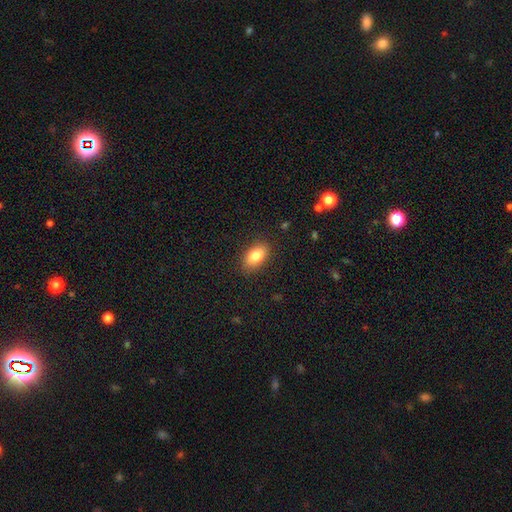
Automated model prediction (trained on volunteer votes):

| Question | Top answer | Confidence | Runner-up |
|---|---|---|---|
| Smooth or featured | smooth | 83% | featured or disk (9%) |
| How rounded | in between | 91% | round (6%) |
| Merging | none | 87% | minor disturbance (10%) |